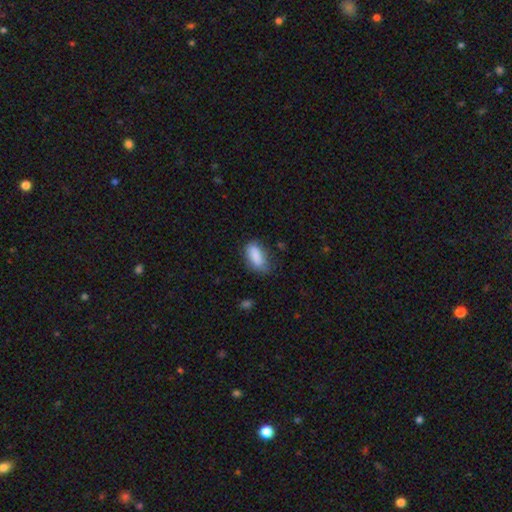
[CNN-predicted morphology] The model was most divided on "merging": none: 64%, minor disturbance: 27%, major disturbance: 7%, merger: 2%. More confident: how rounded — in between (87%); smooth or featured — smooth (87%).